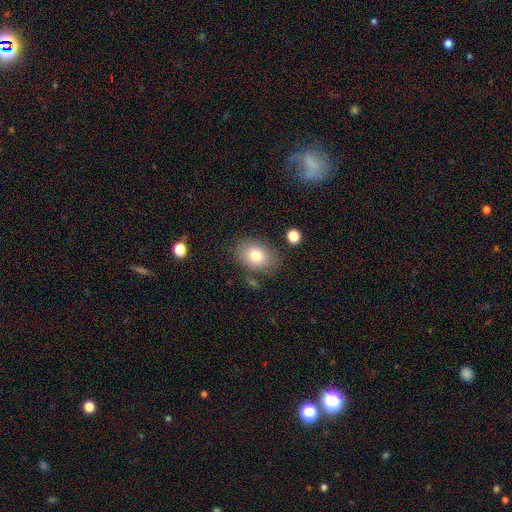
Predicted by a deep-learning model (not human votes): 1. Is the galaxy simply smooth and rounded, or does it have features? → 80% smooth, 12% featured or disk, 9% star or artifact.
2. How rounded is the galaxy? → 75% in between, 24% round, 1% cigar-shaped.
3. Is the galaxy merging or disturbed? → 77% none, 15% minor disturbance, 4% major disturbance, 4% merger.